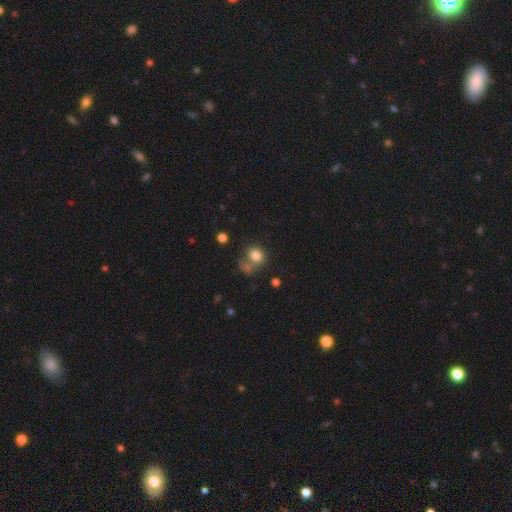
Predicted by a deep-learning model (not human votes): A smooth galaxy with no disk features (81%) that is round (78%). Merging: none (55%).